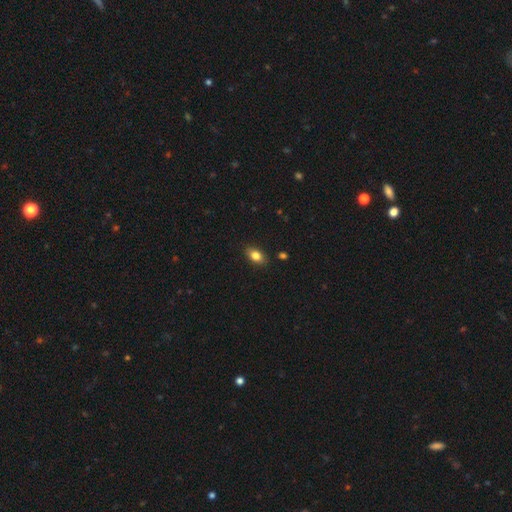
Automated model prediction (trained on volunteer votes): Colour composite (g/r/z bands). It shows a smooth galaxy with no disk features (83%) that is in between round and cigar-shaped (85%). Merging: none (87%).